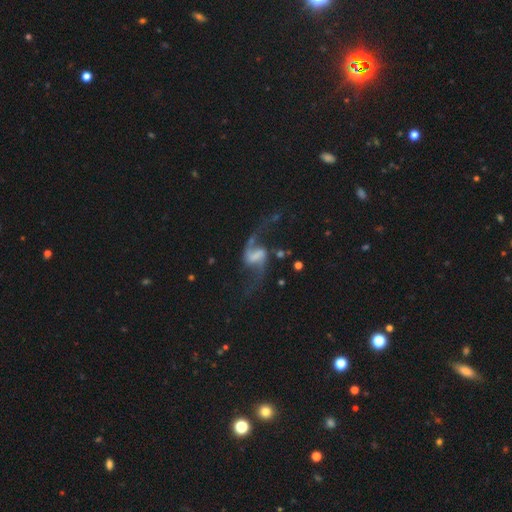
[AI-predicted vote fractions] featured or disk 86%, smooth 8%, star or artifact 7%. Down the decision tree: edge-on disk — no (98%); bar — weak (41%); spiral arms — yes (96%); spiral arm count — 2 (93%); spiral winding — loose (84%); bulge size — none (55%); merging — none (61%).